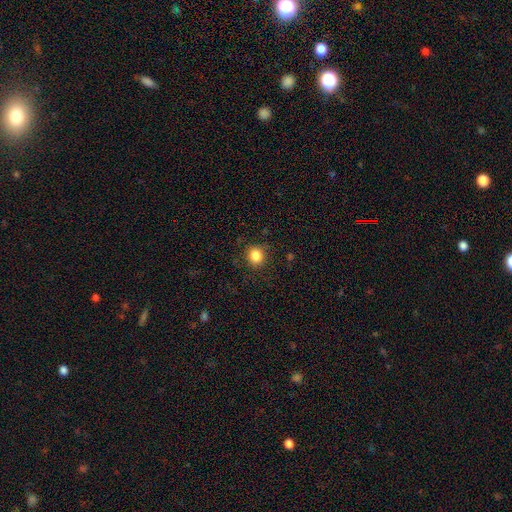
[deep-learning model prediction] A smooth galaxy with no disk features (84%) that is round (88%). Merging: none (88%).